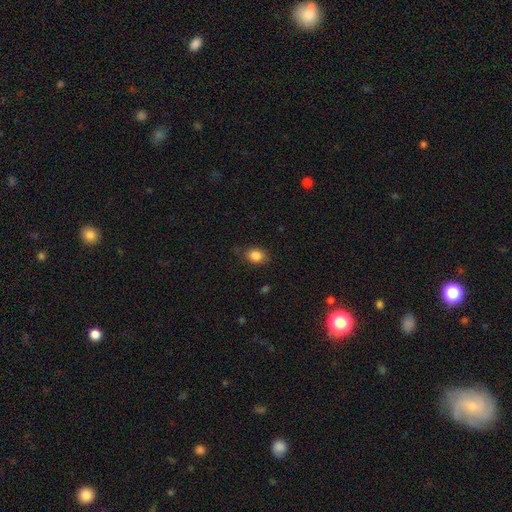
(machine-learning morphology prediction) smooth-or-featured: smooth: 85% | star or artifact: 10% | featured or disk: 6%
  how-rounded: in between: 58% | round: 41% | cigar-shaped: 1%
  merging: none: 75% | minor disturbance: 19% | major disturbance: 4% | merger: 1%